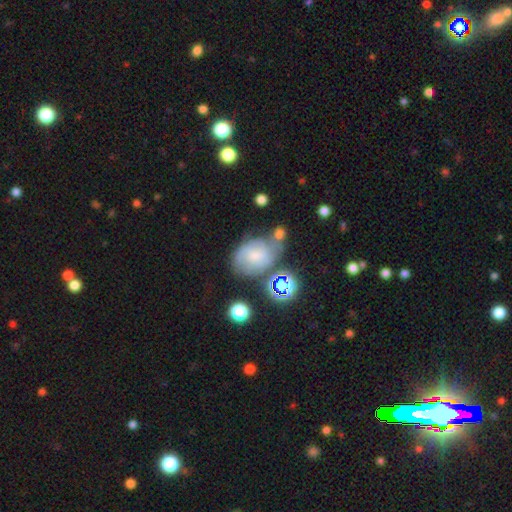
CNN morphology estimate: Q: Smooth or featured?
A: featured or disk (44%); runner-up: smooth (41%)
Q: Merging?
A: none (44%); runner-up: minor disturbance (26%)